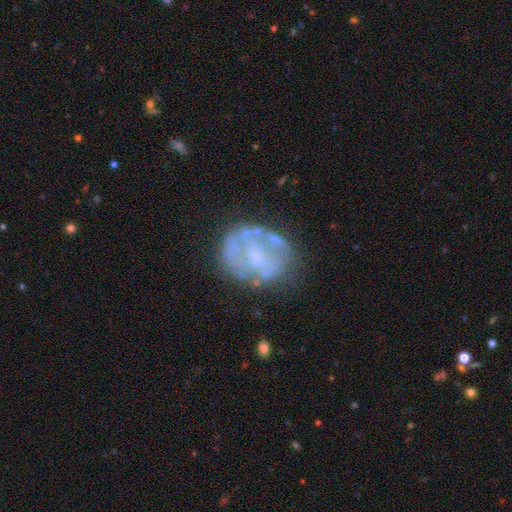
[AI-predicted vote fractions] smooth-or-featured: featured or disk: 67% | smooth: 25% | star or artifact: 9%
  disk-edge-on: no: 98% | yes: 2%
    bar: no: 72% | weak: 22% | strong: 6%
    has-spiral-arms: no: 67% | yes: 33%
    bulge-size: small: 34% | none: 32% | moderate: 29% | large: 4% | dominant: 1%
  merging: none: 59% | minor disturbance: 21% | major disturbance: 14% | merger: 6%